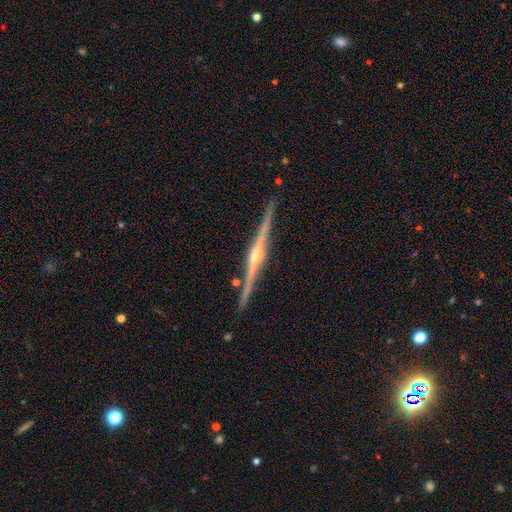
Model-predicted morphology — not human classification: smooth_or_featured: featured or disk (p=0.83) [alt: smooth p=0.11]
disk_edge_on: yes (p=0.98) [alt: no p=0.02]
edge_on_bulge: rounded (p=0.77) [alt: none p=0.13]
merging: none (p=0.85) [alt: minor disturbance p=0.10]